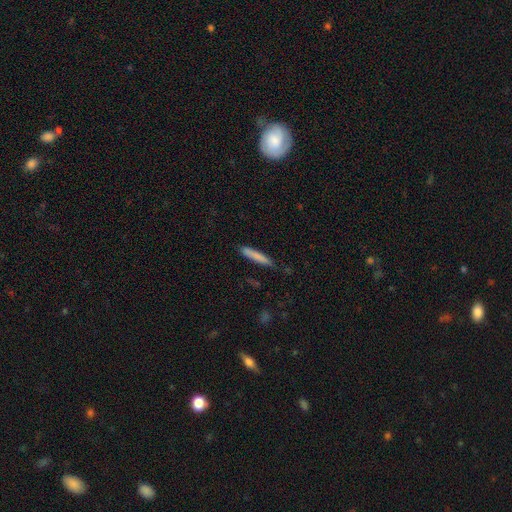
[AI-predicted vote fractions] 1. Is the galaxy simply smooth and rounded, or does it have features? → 80% smooth, 13% featured or disk, 6% star or artifact.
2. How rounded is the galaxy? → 93% cigar-shaped, 5% in between, 1% round.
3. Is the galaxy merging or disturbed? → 83% none, 13% minor disturbance, 2% major disturbance, 2% merger.